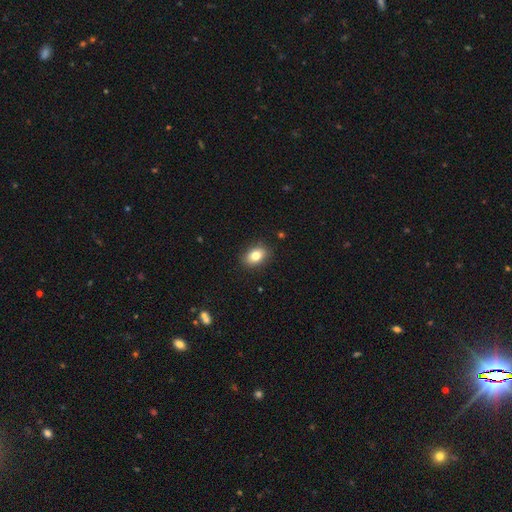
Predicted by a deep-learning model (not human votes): A smooth galaxy with no disk features (81%) that is in between round and cigar-shaped (80%).

Vote fractions:
- Smooth or featured? smooth: 81% / featured or disk: 10% / star or artifact: 9%
- How rounded? in between: 80% / round: 19% / cigar-shaped: 1%
- Merging? none: 88% / minor disturbance: 9% / major disturbance: 2% / merger: 1%